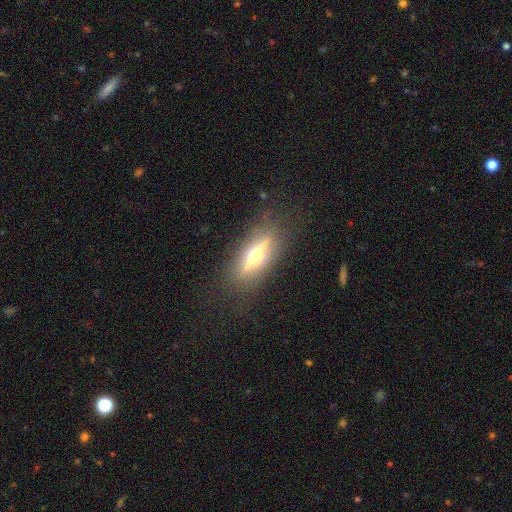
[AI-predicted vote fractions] This appears to be a featured or disk galaxy (70%) viewed edge-on (90%) with a rounded central bulge (95%). Merging: none (84%).